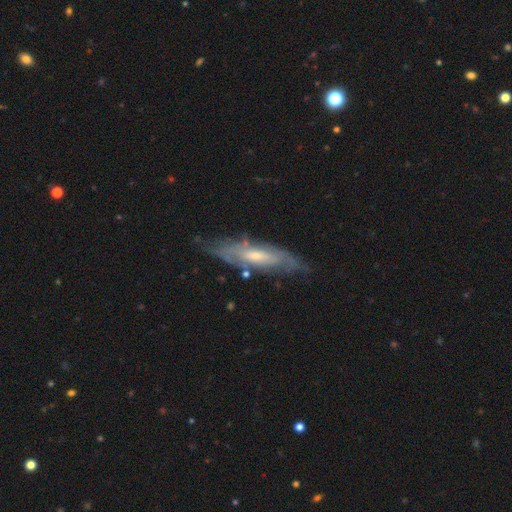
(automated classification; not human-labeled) Q: Smooth or featured?
A: featured or disk (72%); runner-up: smooth (22%)
Q: Edge-on disk?
A: no (62%); runner-up: yes (38%)
Q: Merging?
A: none (69%); runner-up: minor disturbance (22%)